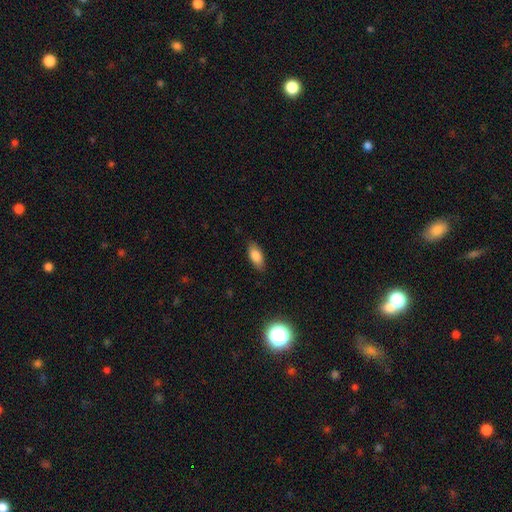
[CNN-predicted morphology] The model was most divided on "how rounded": in between: 85%, cigar-shaped: 12%, round: 3%. More confident: merging — none (85%); smooth or featured — smooth (83%).